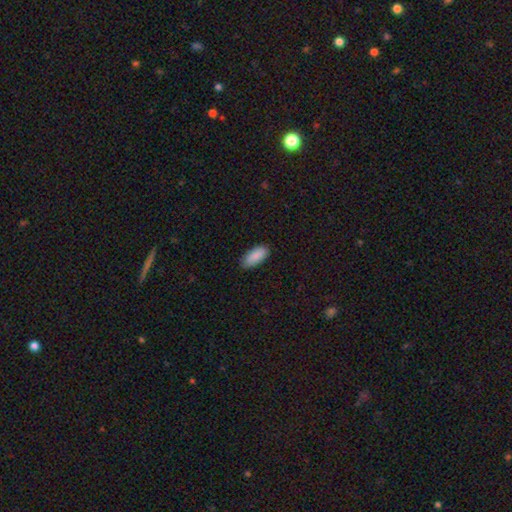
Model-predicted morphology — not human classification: Overall: smooth (90%). How rounded: in between (89%). Merging: none (86%).